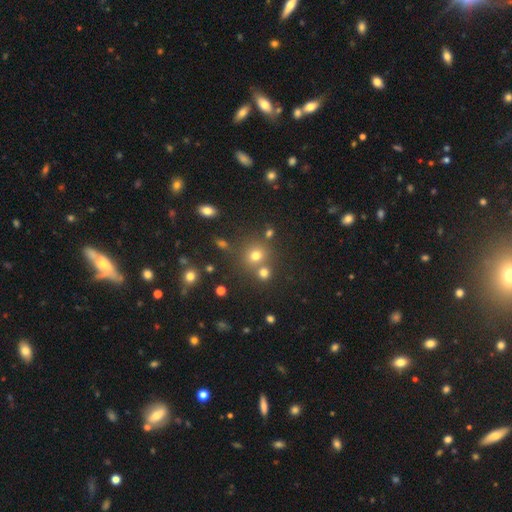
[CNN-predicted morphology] smooth 70%, star or artifact 20%, featured or disk 10%. Down the decision tree: how rounded — round (84%); merging — none (66%).